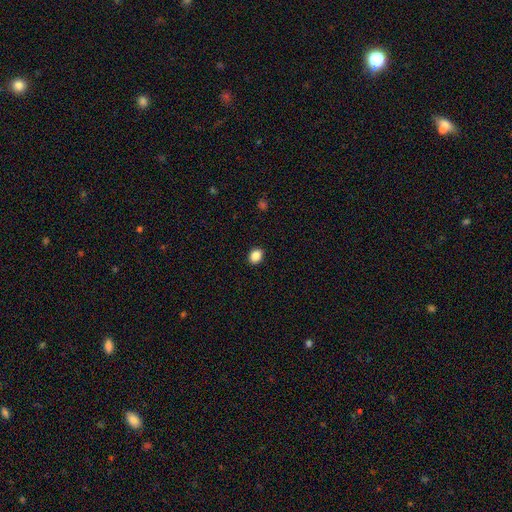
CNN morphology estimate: Smooth or featured: smooth — 87% (star or artifact — 9%)
How rounded: in between — 51% (round — 48%)
Merging: none — 91% (minor disturbance — 6%)